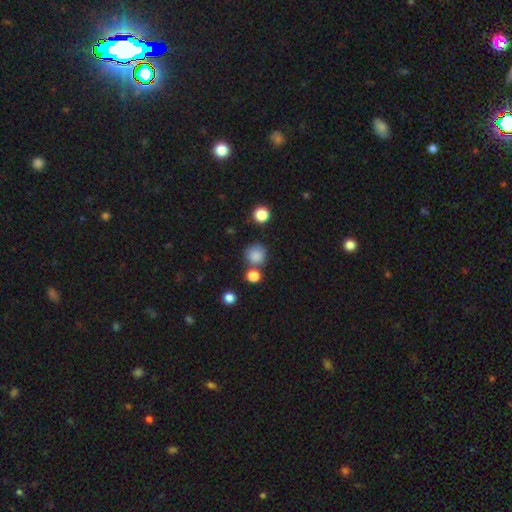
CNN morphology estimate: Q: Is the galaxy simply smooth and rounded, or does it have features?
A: smooth — 83%.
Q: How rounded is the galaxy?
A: round — 90%.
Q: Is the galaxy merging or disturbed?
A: none — 68%.